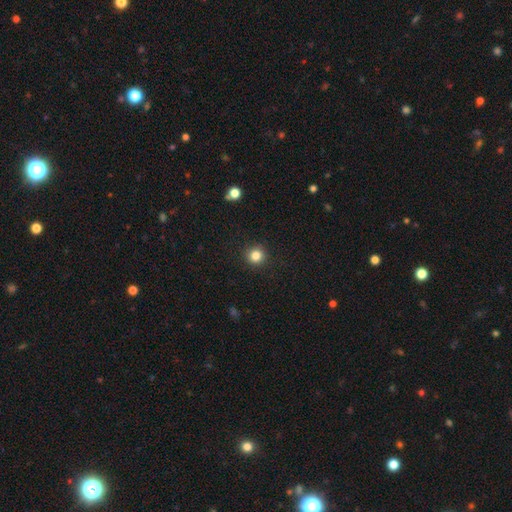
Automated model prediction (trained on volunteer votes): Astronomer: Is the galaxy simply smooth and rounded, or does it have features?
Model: smooth — 84%.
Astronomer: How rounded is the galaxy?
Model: round — 94%.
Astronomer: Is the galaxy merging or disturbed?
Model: none — 92%.